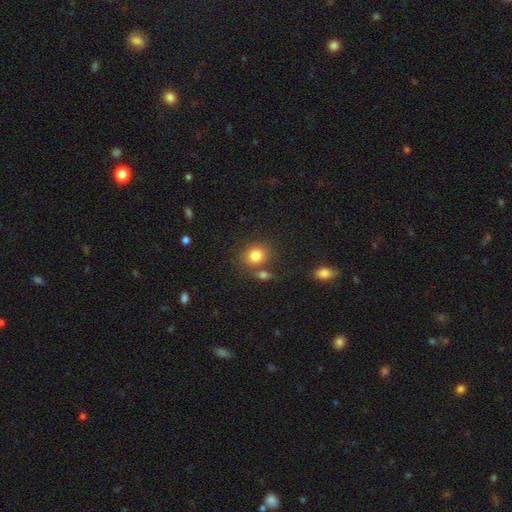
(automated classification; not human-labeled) This is clearly a smooth galaxy (82%). How rounded: likely round (66%). Merging: likely none (66%).